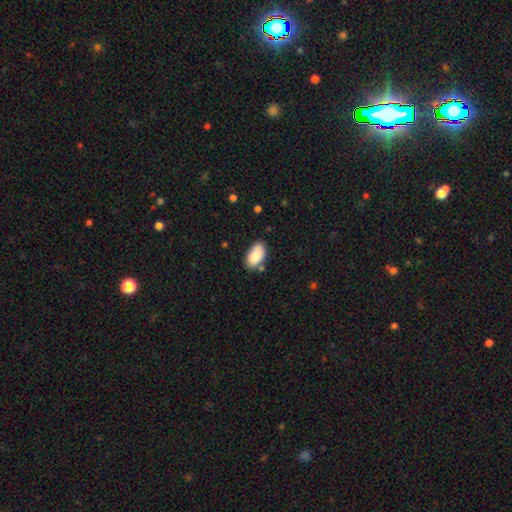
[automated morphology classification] smooth-or-featured: smooth: 86% | featured or disk: 8% | star or artifact: 7%
  how-rounded: in between: 95% | round: 4% | cigar-shaped: 2%
  merging: none: 72% | minor disturbance: 19% | merger: 5% | major disturbance: 4%